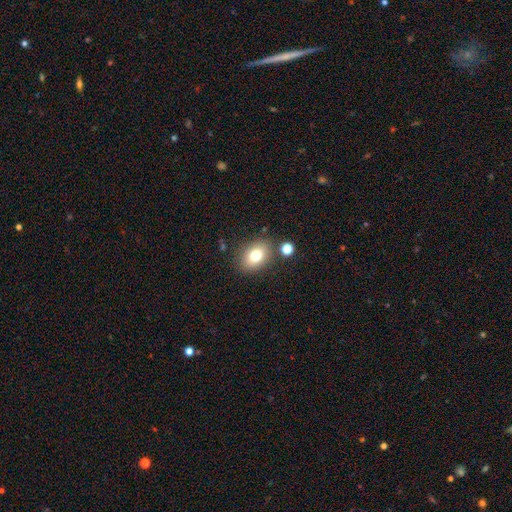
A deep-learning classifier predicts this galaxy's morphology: The model was most divided on "how rounded": in between: 73%, round: 26%, cigar-shaped: 1%. More confident: merging — none (81%); smooth or featured — smooth (77%).